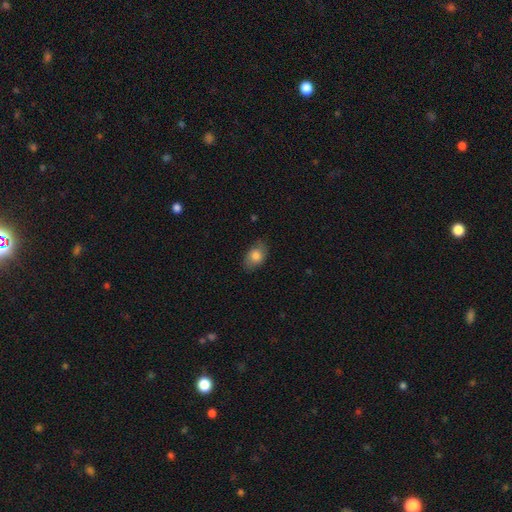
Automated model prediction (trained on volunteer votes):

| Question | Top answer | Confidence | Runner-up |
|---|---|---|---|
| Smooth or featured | smooth | 80% | featured or disk (12%) |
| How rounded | in between | 82% | round (17%) |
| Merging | none | 73% | minor disturbance (21%) |